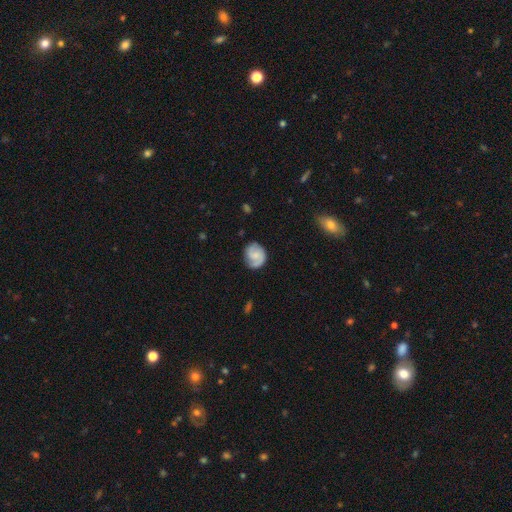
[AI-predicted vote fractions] featured or disk 64%, smooth 29%, star or artifact 7%. Down the decision tree: edge-on disk — no (98%); bar — no (52%); spiral arms — yes (93%); spiral arm count — 2 (76%); spiral winding — medium (44%); bulge size — small (41%); merging — none (74%).